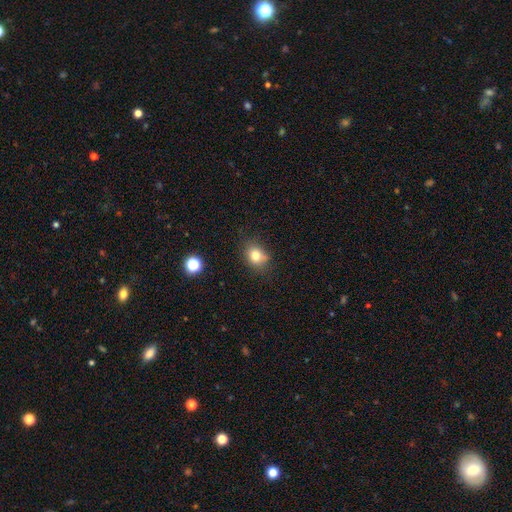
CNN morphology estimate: smooth 78%, star or artifact 13%, featured or disk 9%. Down the decision tree: how rounded — round (58%); merging — none (68%).